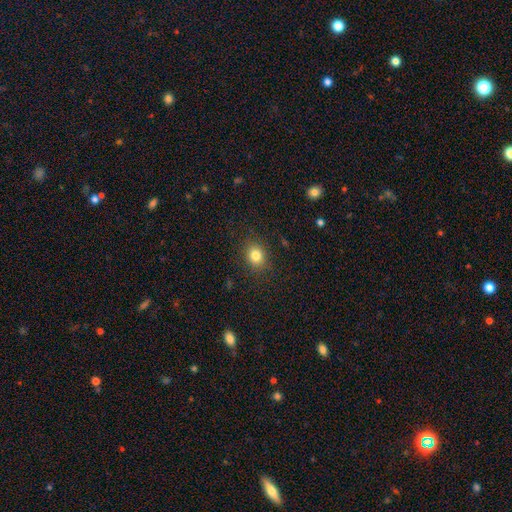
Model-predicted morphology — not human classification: Overall: smooth (82%). How rounded: round (60%; in between 39%). Merging: none (87%).